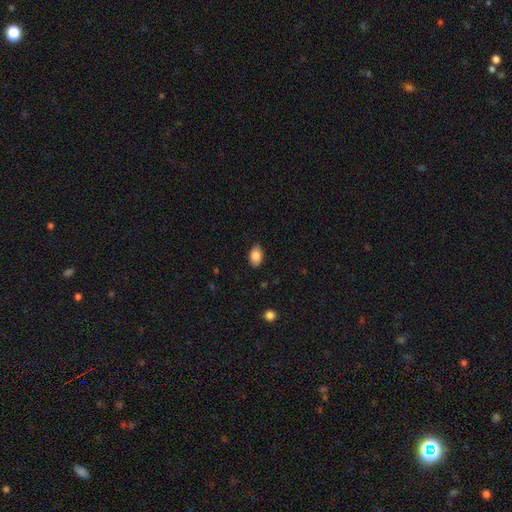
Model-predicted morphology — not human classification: This is clearly a smooth galaxy (87%). How rounded: clearly in between (88%). Merging: clearly none (84%).